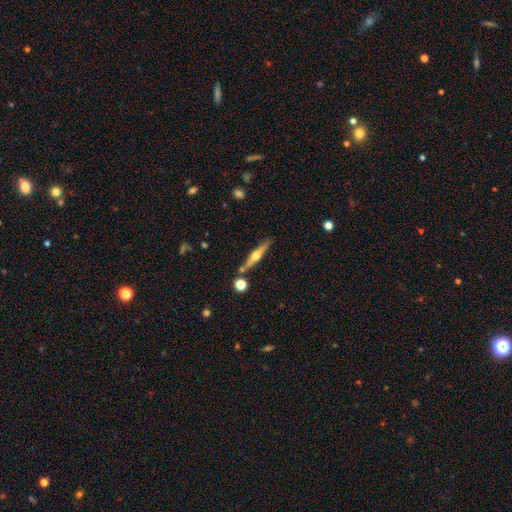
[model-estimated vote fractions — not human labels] A featured or disk galaxy (68%) viewed edge-on (97%) with a rounded central bulge (95%). Merging: none (82%).